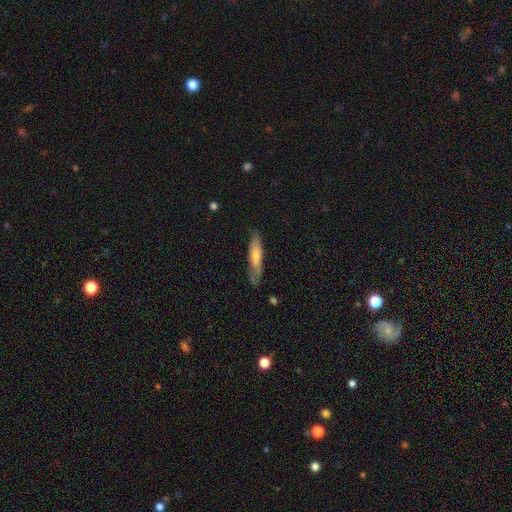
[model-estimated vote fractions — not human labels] Smooth or featured: smooth — 62% (featured or disk — 32%)
How rounded: cigar-shaped — 79% (in between — 19%)
Merging: none — 66% (minor disturbance — 25%)